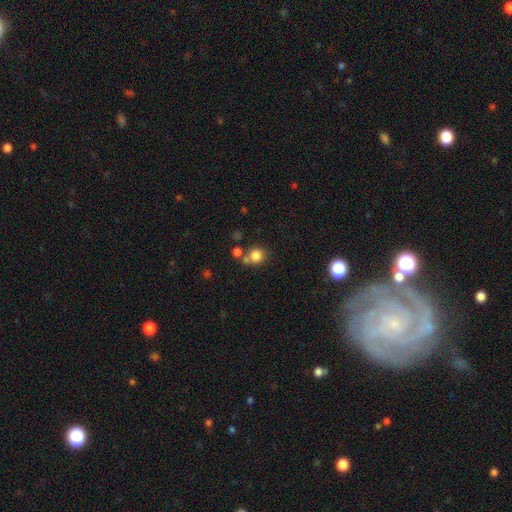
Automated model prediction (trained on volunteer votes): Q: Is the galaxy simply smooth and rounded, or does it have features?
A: smooth — 80%.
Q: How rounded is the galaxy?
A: round — 86%.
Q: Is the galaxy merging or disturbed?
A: none — 60%.